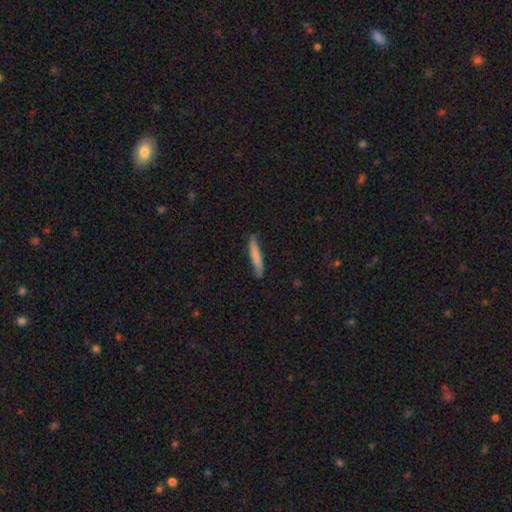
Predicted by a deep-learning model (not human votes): Smooth or featured?
  - smooth: 69% *
  - featured or disk: 26%
  - star or artifact: 6%
How rounded?
  - cigar-shaped: 94% *
  - in between: 5%
  - round: 1%
Merging?
  - none: 81% *
  - minor disturbance: 15%
  - major disturbance: 2%
  - merger: 2%